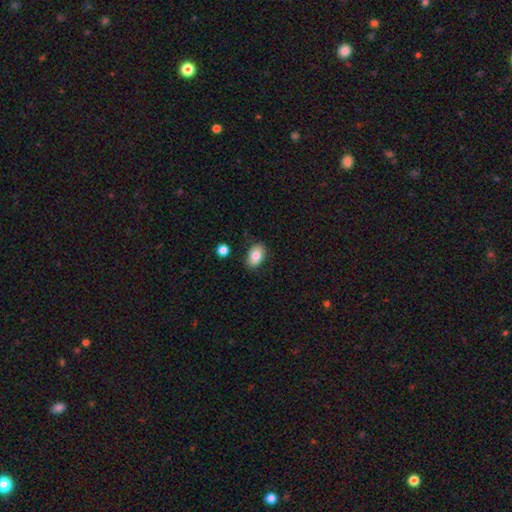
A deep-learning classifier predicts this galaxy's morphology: Smooth or featured? smooth (83%)
How rounded? in between (89%)
Merging? none (84%)